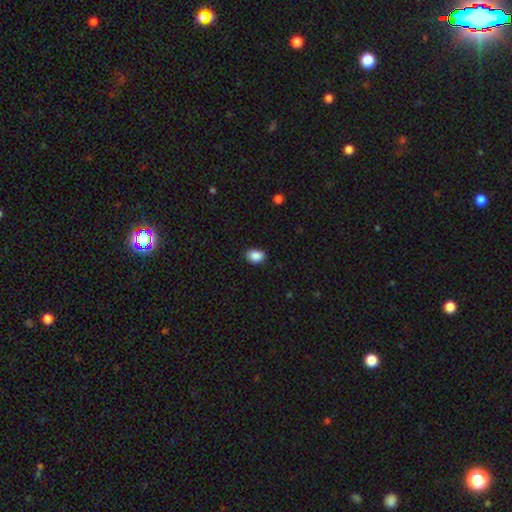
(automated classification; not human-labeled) Morphology: type=smooth (88%); roundness=in between (71%); merging=none (82%).